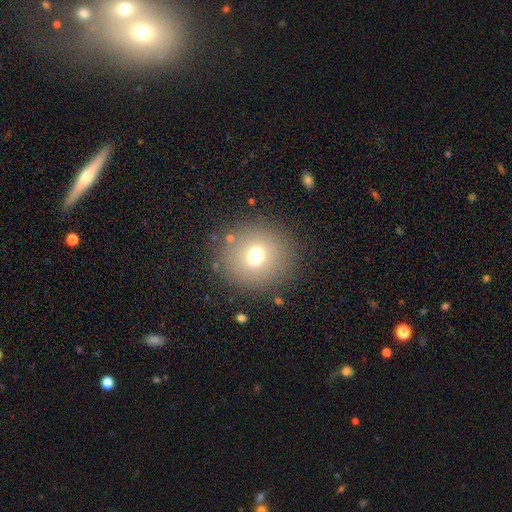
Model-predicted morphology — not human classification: A smooth galaxy with no disk features (68%) that is round (83%).

Vote fractions:
- Smooth or featured? smooth: 68% / star or artifact: 16% / featured or disk: 16%
- How rounded? round: 83% / in between: 16% / cigar-shaped: 1%
- Merging? none: 85% / minor disturbance: 8% / major disturbance: 4% / merger: 2%